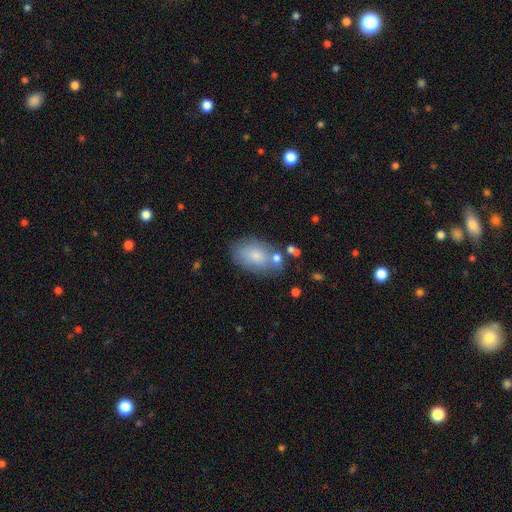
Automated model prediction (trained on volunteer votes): A smooth galaxy with no disk features (78%) that is in between round and cigar-shaped (89%).

Vote fractions:
- Smooth or featured? smooth: 78% / featured or disk: 14% / star or artifact: 8%
- How rounded? in between: 89% / round: 10% / cigar-shaped: 1%
- Merging? none: 62% / minor disturbance: 20% / merger: 11% / major disturbance: 6%